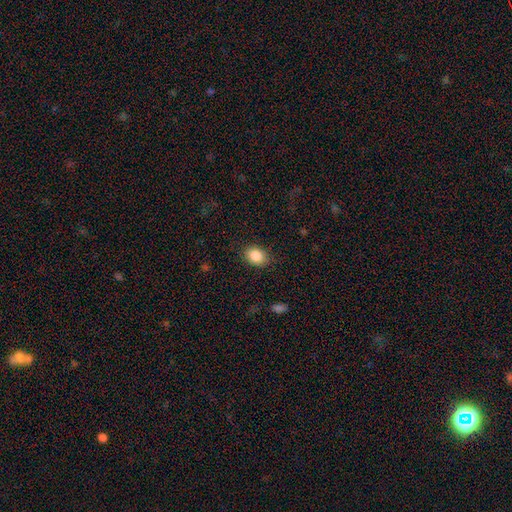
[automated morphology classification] This is clearly a smooth galaxy (87%). How rounded: likely in between (64%). Merging: clearly none (84%).